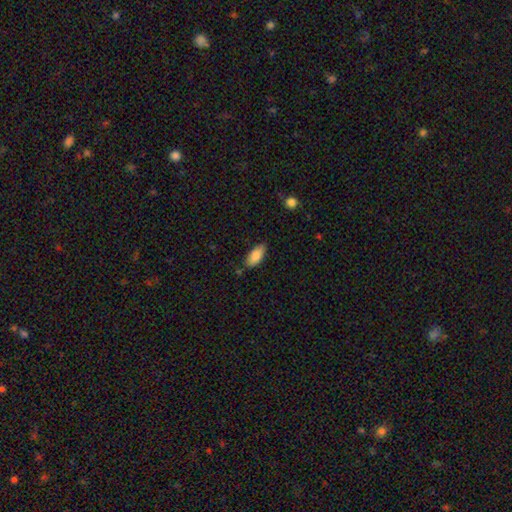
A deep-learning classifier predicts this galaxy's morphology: Overall: smooth (86%). How rounded: in between (86%). Merging: none (77%).